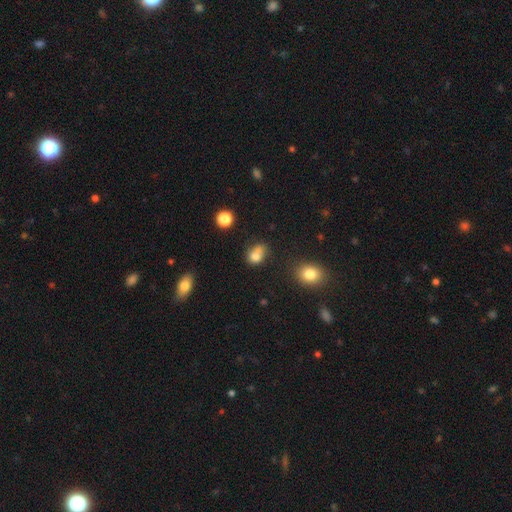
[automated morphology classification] Smooth or featured?
  - smooth: 75% *
  - star or artifact: 13%
  - featured or disk: 12%
How rounded?
  - in between: 53% *
  - round: 45%
  - cigar-shaped: 1%
Merging?
  - merger: 37% *
  - none: 35%
  - minor disturbance: 18%
  - major disturbance: 9%